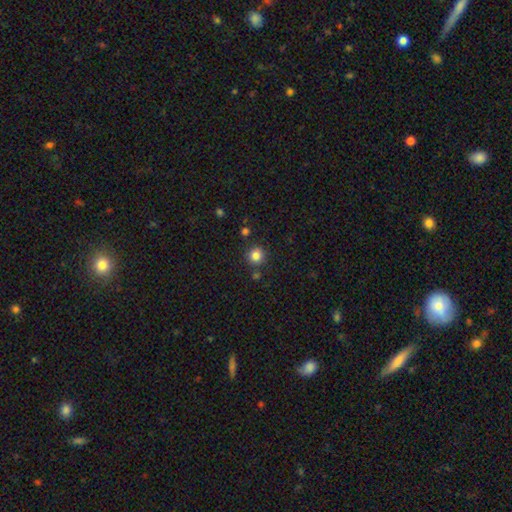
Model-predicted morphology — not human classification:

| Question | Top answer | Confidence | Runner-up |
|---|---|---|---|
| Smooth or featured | smooth | 83% | star or artifact (12%) |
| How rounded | round | 93% | in between (6%) |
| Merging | none | 84% | minor disturbance (8%) |